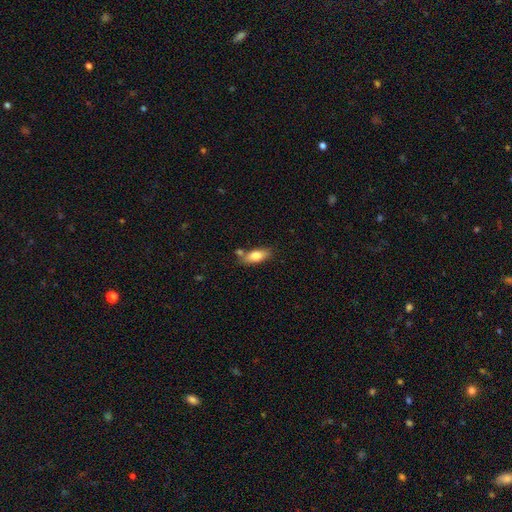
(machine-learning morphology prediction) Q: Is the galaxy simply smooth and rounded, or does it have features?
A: smooth — 77%.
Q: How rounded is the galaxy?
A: in between — 78%.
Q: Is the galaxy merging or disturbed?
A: none — 68%.